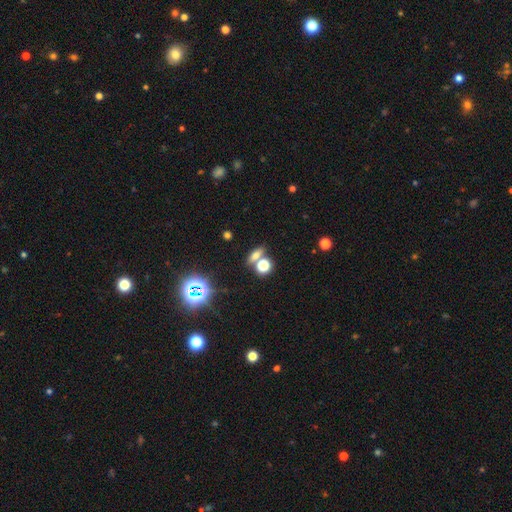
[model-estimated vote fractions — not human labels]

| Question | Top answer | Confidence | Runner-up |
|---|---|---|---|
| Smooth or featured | smooth | 57% | star or artifact (25%) |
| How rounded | in between | 50% | round (29%) |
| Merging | none | 60% | merger (26%) |